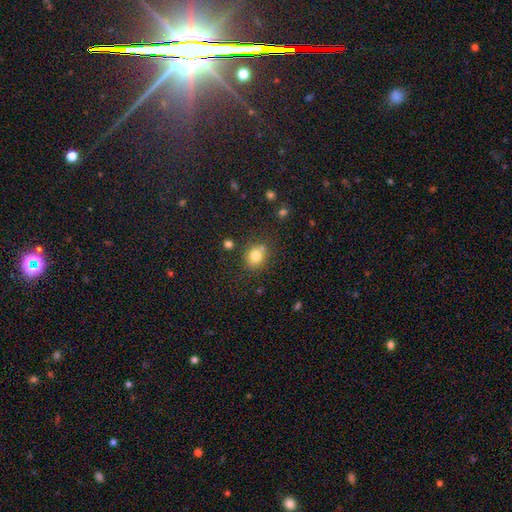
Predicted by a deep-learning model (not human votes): A smooth galaxy with no disk features (79%) that is round (68%). Merging: none (70%).